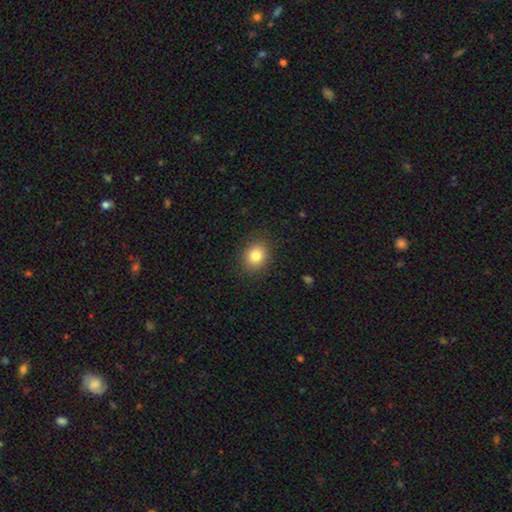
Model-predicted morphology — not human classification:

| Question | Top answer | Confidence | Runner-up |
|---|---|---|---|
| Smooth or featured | smooth | 83% | star or artifact (10%) |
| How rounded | round | 63% | in between (36%) |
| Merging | none | 88% | minor disturbance (8%) |